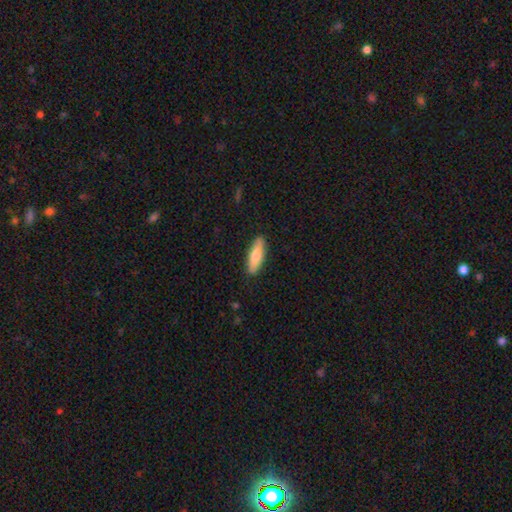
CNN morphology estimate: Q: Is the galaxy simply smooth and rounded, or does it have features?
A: smooth — 74%.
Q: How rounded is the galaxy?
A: cigar-shaped — 54%.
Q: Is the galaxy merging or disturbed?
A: none — 89%.